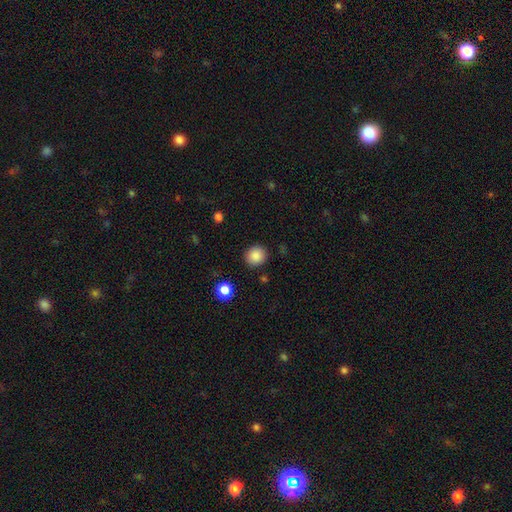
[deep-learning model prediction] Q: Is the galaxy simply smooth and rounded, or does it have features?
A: smooth — 87%.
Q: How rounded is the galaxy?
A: round — 87%.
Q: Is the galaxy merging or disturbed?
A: none — 89%.